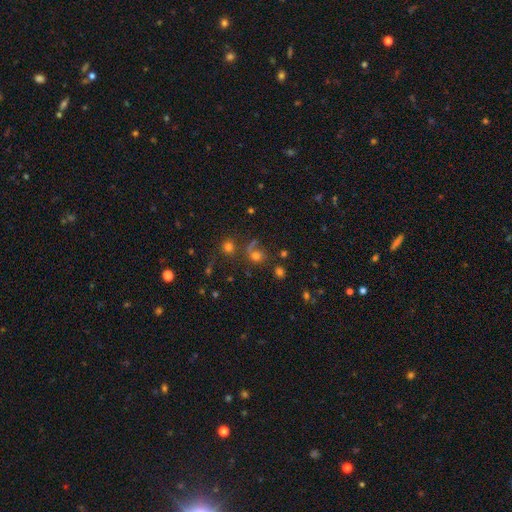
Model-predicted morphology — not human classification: Smooth or featured?
  - smooth: 52% *
  - star or artifact: 32%
  - featured or disk: 16%
How rounded?
  - round: 82% *
  - in between: 17%
  - cigar-shaped: 1%
Merging?
  - none: 56% *
  - merger: 20%
  - minor disturbance: 13%
  - major disturbance: 11%